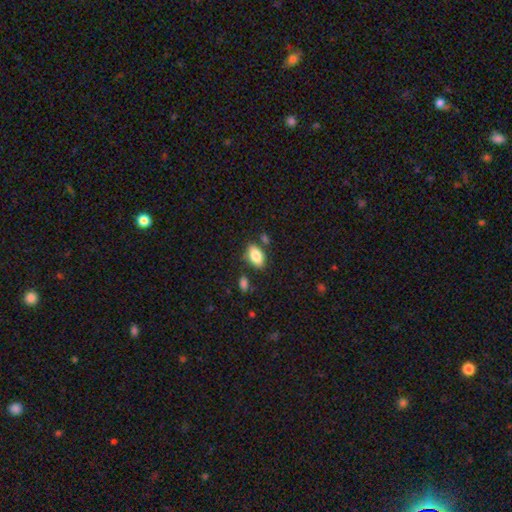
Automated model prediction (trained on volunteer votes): Smooth or featured?
  - smooth: 84% *
  - featured or disk: 9%
  - star or artifact: 7%
How rounded?
  - in between: 92% *
  - round: 6%
  - cigar-shaped: 3%
Merging?
  - none: 76% *
  - minor disturbance: 14%
  - merger: 7%
  - major disturbance: 3%